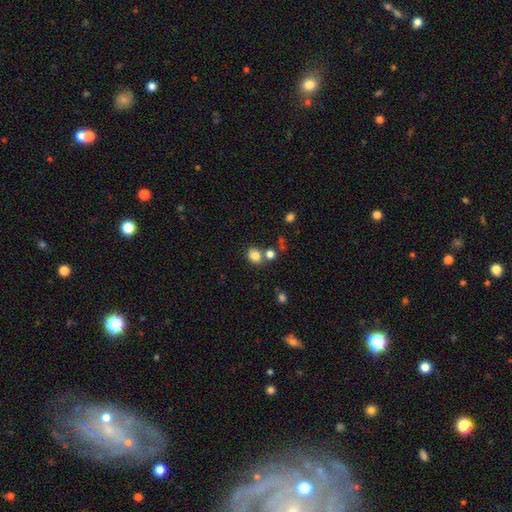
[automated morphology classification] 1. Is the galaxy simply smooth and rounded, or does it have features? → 82% smooth, 11% star or artifact, 7% featured or disk.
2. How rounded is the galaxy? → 51% round, 48% in between, 1% cigar-shaped.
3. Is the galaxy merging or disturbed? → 62% none, 21% merger, 12% minor disturbance, 4% major disturbance.